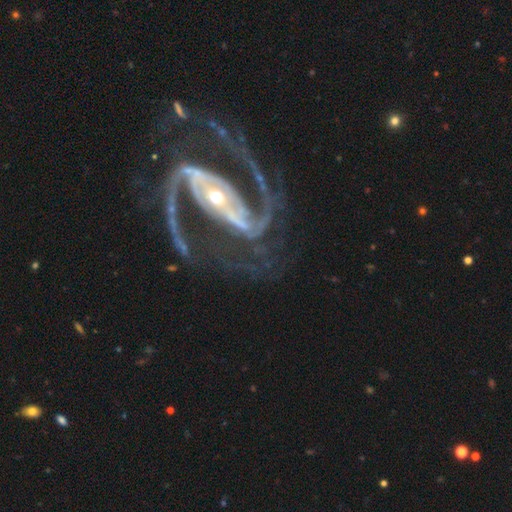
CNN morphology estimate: Smooth or featured?
  - featured or disk: 94% *
  - star or artifact: 4%
  - smooth: 2%
Edge-on disk?
  - no: 97% *
  - yes: 3%
Bar?
  - strong: 66% *
  - weak: 19%
  - no: 14%
Spiral arms?
  - yes: 98% *
  - no: 2%
Spiral winding?
  - medium: 61% *
  - tight: 23%
  - loose: 15%
Spiral arm count?
  - 2: 92% *
  - 3: 2%
  - can't tell: 2%
  - 1: 1%
  - 4: 1%
  - more than 4: 1%
Bulge size?
  - small: 63% *
  - moderate: 32%
  - large: 3%
  - none: 1%
  - dominant: 1%
Merging?
  - none: 70% *
  - minor disturbance: 14%
  - major disturbance: 13%
  - merger: 3%